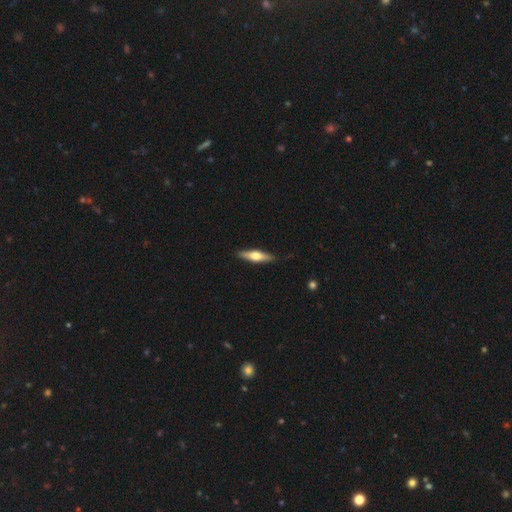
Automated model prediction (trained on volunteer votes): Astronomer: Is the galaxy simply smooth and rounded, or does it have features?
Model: featured or disk — 56% (runner-up: smooth, 38%).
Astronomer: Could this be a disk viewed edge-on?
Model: yes — 95%.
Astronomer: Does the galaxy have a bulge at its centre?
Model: rounded — 92%.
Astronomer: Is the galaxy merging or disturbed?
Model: none — 88%.